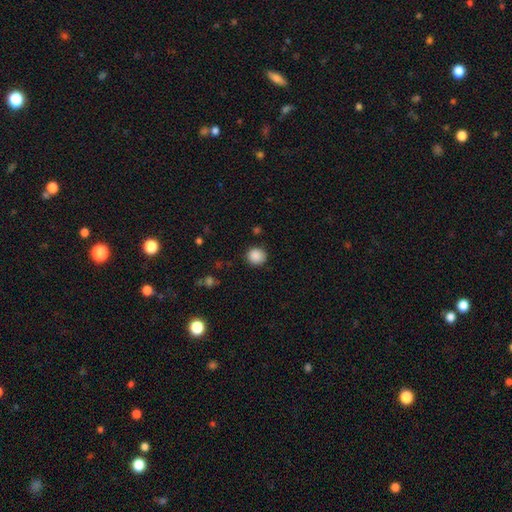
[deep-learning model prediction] A smooth galaxy with no disk features (88%) that is round (91%).

Vote fractions:
- Smooth or featured? smooth: 88% / star or artifact: 9% / featured or disk: 3%
- How rounded? round: 91% / in between: 8% / cigar-shaped: 1%
- Merging? none: 88% / minor disturbance: 8% / major disturbance: 2% / merger: 1%